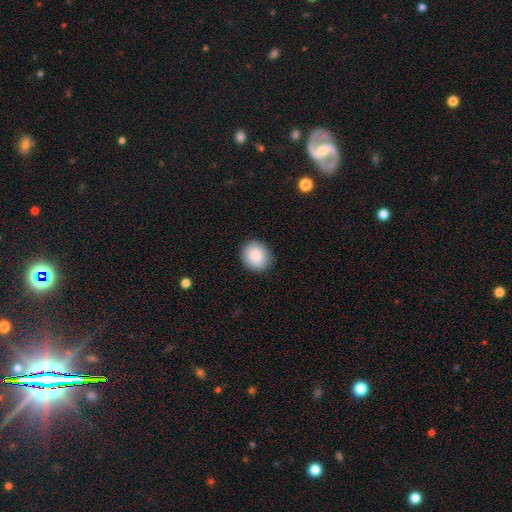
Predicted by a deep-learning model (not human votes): The model was most divided on "how rounded": round: 76%, in between: 23%, cigar-shaped: 1%. More confident: merging — none (88%); smooth or featured — smooth (88%).